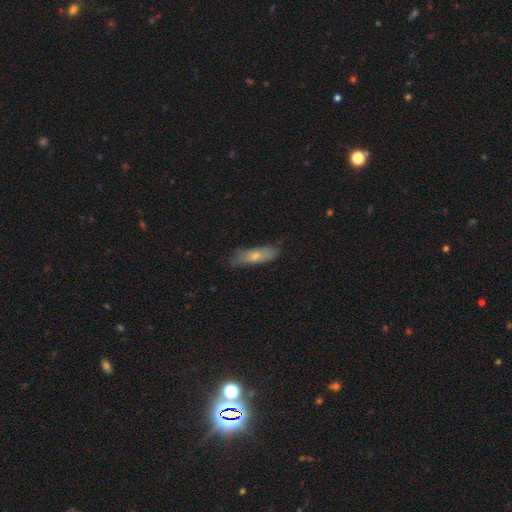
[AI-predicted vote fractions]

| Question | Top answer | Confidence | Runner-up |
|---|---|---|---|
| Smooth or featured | smooth | 67% | featured or disk (27%) |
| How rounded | cigar-shaped | 53% | in between (45%) |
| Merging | none | 73% | minor disturbance (21%) |